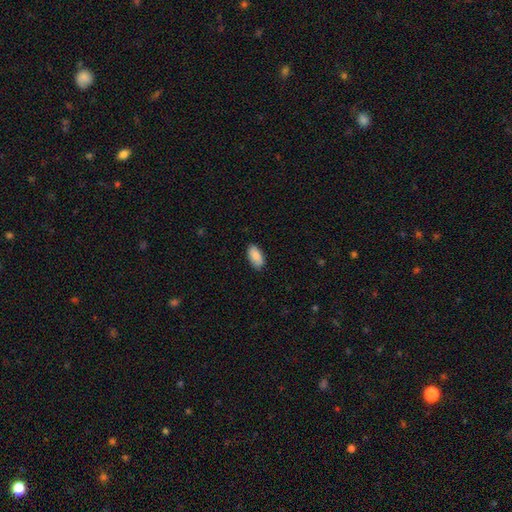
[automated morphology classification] The model was most divided on "merging": none: 86%, minor disturbance: 11%, major disturbance: 2%, merger: 1%. More confident: how rounded — in between (94%); smooth or featured — smooth (87%).